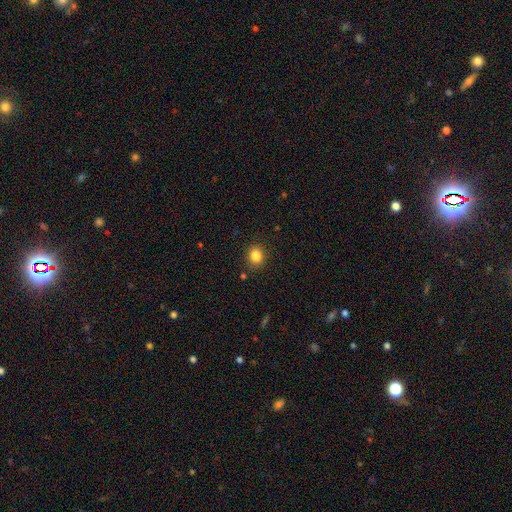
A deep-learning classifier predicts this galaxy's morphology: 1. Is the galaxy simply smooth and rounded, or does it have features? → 84% smooth, 11% star or artifact, 5% featured or disk.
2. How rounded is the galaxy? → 62% round, 37% in between, 1% cigar-shaped.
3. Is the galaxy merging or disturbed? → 87% none, 8% minor disturbance, 3% major disturbance, 2% merger.